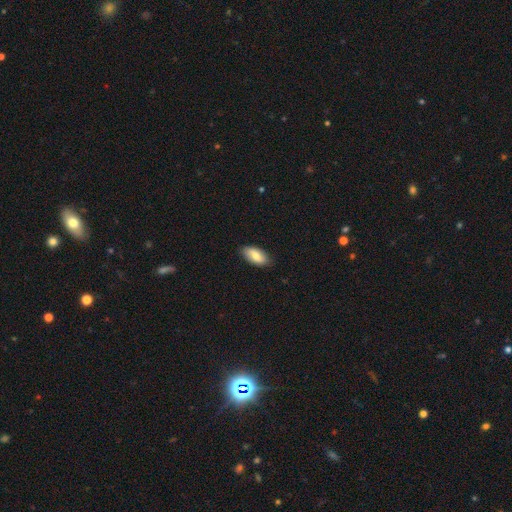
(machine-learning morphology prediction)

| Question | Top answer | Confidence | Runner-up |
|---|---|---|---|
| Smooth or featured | smooth | 78% | featured or disk (16%) |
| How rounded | in between | 93% | cigar-shaped (5%) |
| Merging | none | 84% | minor disturbance (13%) |